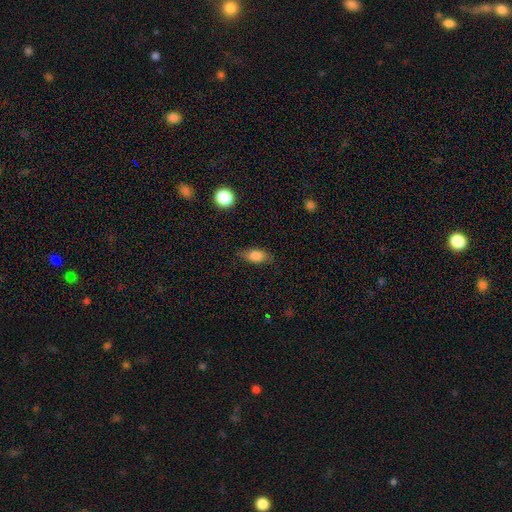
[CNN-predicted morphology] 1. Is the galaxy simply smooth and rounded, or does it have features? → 80% smooth, 11% featured or disk, 8% star or artifact.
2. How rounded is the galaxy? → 83% in between, 10% cigar-shaped, 7% round.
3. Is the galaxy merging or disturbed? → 79% none, 16% minor disturbance, 4% major disturbance, 1% merger.